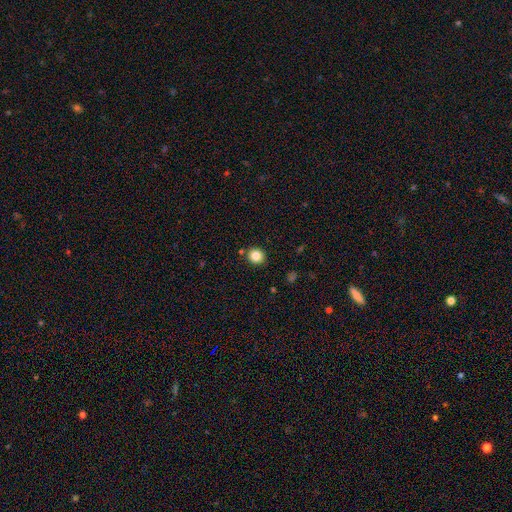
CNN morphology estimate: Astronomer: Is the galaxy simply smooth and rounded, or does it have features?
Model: smooth — 84%.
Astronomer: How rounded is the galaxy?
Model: round — 87%.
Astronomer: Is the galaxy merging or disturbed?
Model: none — 88%.